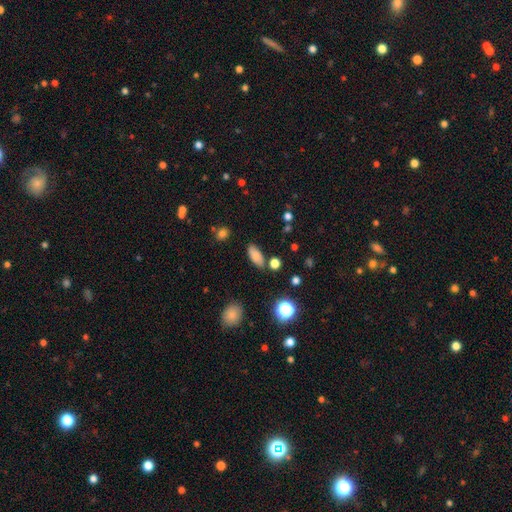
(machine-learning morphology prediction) Smooth or featured: smooth — 82% (star or artifact — 11%)
How rounded: in between — 84% (cigar-shaped — 12%)
Merging: none — 80% (minor disturbance — 12%)